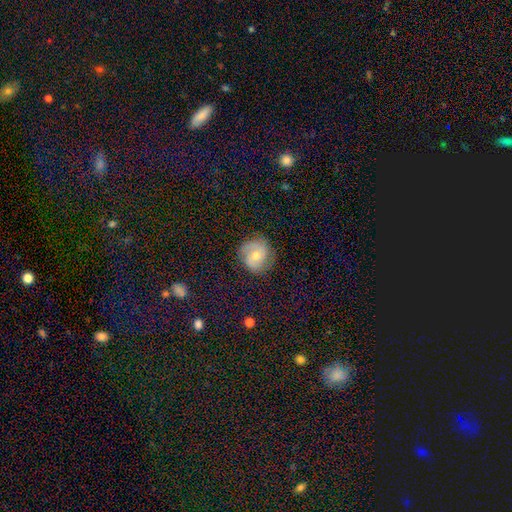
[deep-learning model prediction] This is possibly a featured or disk galaxy (55%). It is clearly not viewed edge-on (97%). Bar: possibly no (55%). Spiral arm pattern: clearly yes (85%). Central bulge: likely moderate (61%). Merging: likely none (78%).